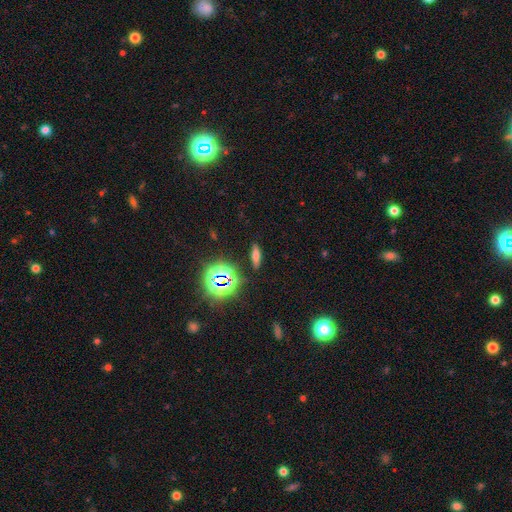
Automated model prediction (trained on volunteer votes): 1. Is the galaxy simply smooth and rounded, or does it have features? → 50% smooth, 28% star or artifact, 22% featured or disk.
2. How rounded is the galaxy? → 54% cigar-shaped, 39% in between, 7% round.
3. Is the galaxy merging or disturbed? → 87% none, 8% minor disturbance, 3% major disturbance, 2% merger.